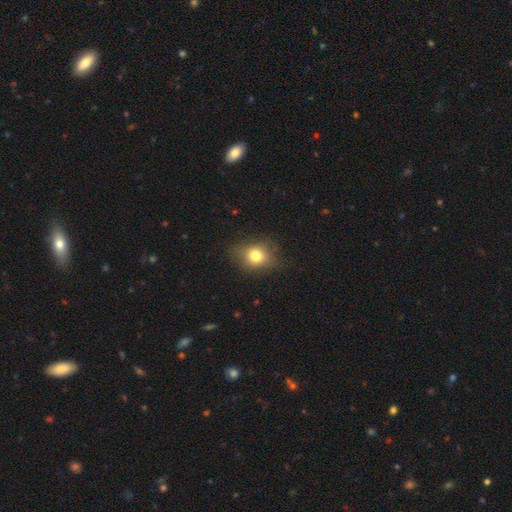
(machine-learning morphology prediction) Smooth or featured: smooth — 77% (star or artifact — 12%)
How rounded: round — 55% (in between — 44%)
Merging: none — 78% (minor disturbance — 16%)